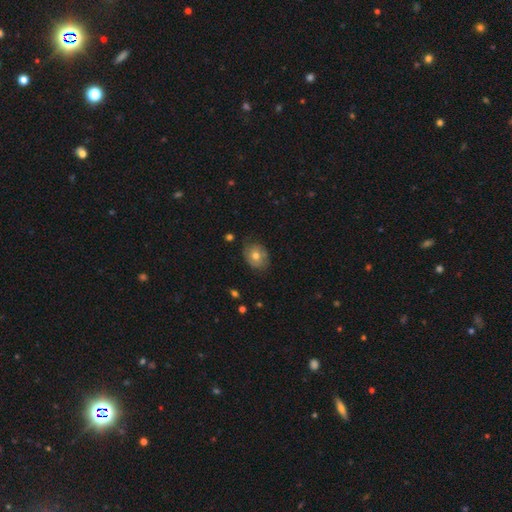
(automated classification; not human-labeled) Smooth or featured?
  - smooth: 59% *
  - featured or disk: 32%
  - star or artifact: 9%
How rounded?
  - in between: 54% *
  - round: 45%
  - cigar-shaped: 1%
Merging?
  - none: 69% *
  - minor disturbance: 24%
  - major disturbance: 6%
  - merger: 2%